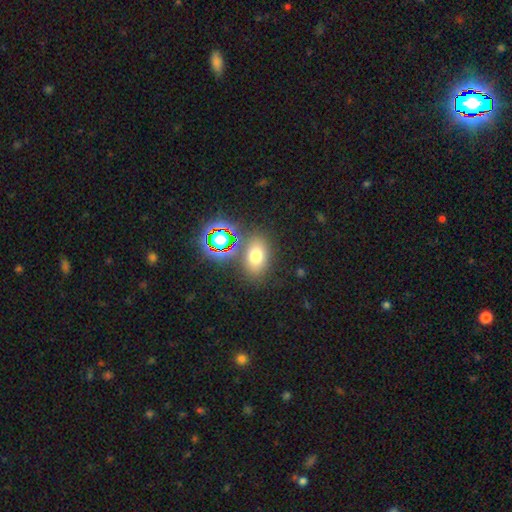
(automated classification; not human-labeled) smooth_or_featured: smooth (p=0.66) [alt: star or artifact p=0.22]
how_rounded: in between (p=0.75) [alt: round p=0.23]
merging: none (p=0.76) [alt: minor disturbance p=0.11]